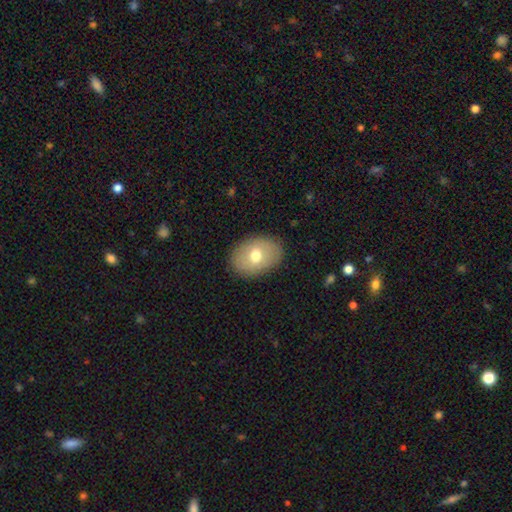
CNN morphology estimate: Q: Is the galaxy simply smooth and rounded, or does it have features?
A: smooth — 69%.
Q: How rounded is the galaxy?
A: in between — 77%.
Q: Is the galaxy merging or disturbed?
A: none — 87%.